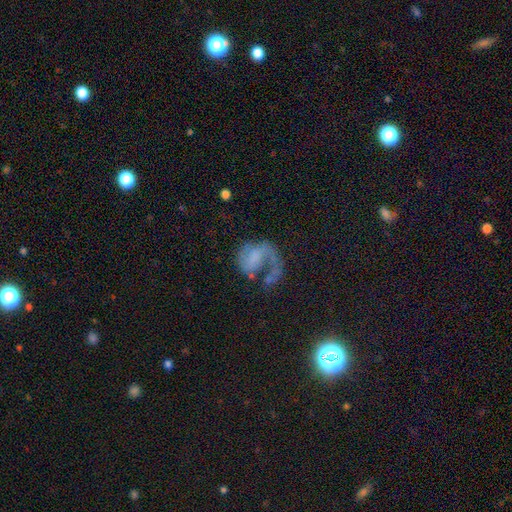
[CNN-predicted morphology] featured or disk 74%, smooth 18%, star or artifact 8%. Down the decision tree: edge-on disk — no (98%); bar — no (57%); spiral arms — yes (86%); spiral arm count — 1 (62%); spiral winding — loose (47%); bulge size — none (51%); merging — major disturbance (45%).